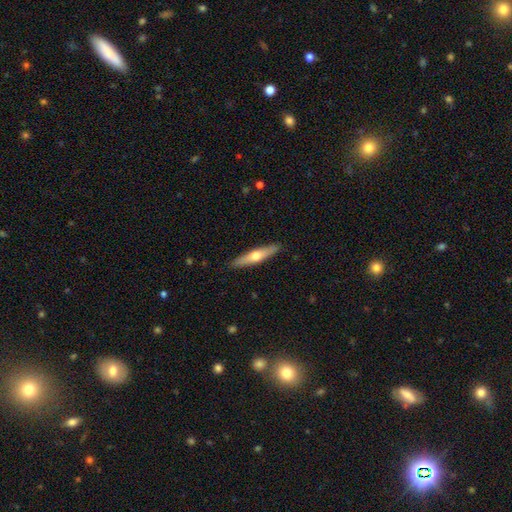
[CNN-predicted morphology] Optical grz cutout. It shows a featured or disk galaxy (49%). Merging: none (90%).